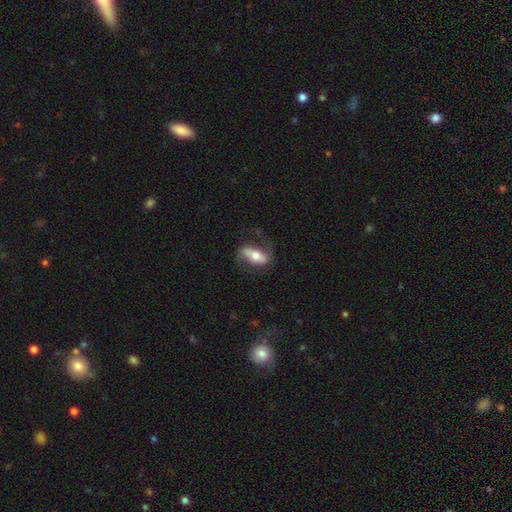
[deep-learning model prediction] Morphology: type=featured or disk (59%); edge-on=no (78%); merging=none (65%).